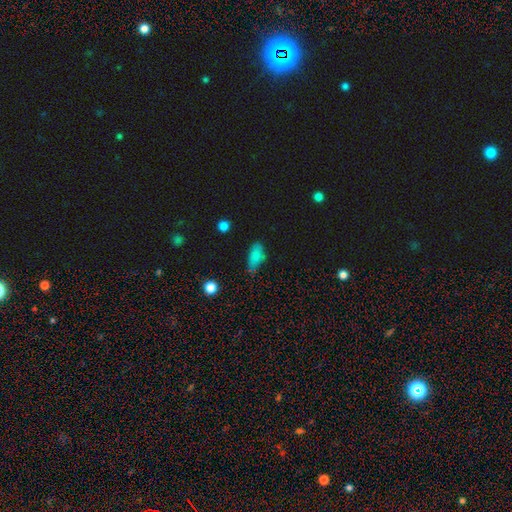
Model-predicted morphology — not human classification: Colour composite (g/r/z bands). It shows a smooth galaxy with no disk features (80%) that is in between round and cigar-shaped (86%). Merging: none (56%).